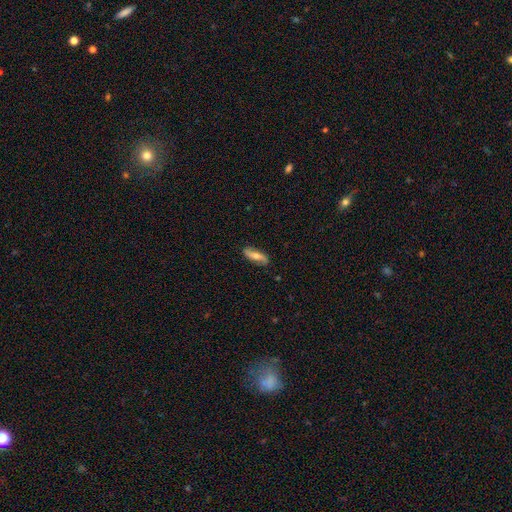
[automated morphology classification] Q: Smooth or featured?
A: featured or disk (51%); runner-up: smooth (43%)
Q: Edge-on disk?
A: no (79%); runner-up: yes (21%)
Q: Merging?
A: none (84%); runner-up: minor disturbance (12%)